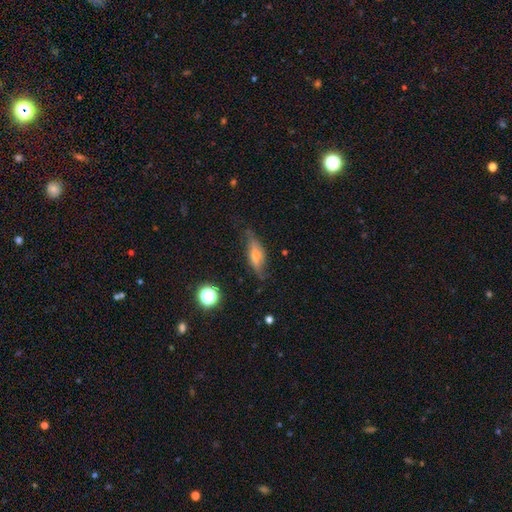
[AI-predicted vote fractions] A featured or disk galaxy (55%) viewed edge-on (60%). Merging: none (67%).